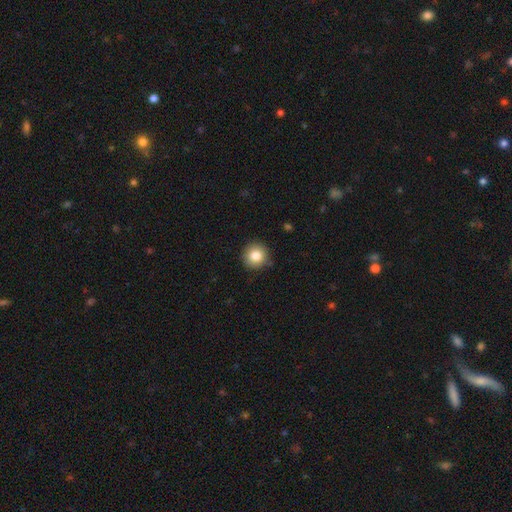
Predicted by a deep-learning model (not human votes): Smooth or featured? Predicted: smooth (p=0.83). How rounded? Predicted: round (p=0.94). Merging? Predicted: none (p=0.89).